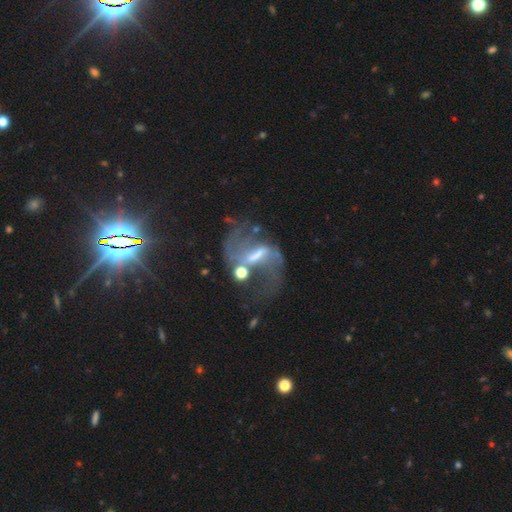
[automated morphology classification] smooth-or-featured: featured or disk: 82% | star or artifact: 10% | smooth: 7%
  disk-edge-on: no: 96% | yes: 4%
    bar: strong: 53% | weak: 36% | no: 10%
    has-spiral-arms: yes: 89% | no: 11%
      spiral-winding: loose: 68% | medium: 26% | tight: 6%
      spiral-arm-count: 2: 87% | can't tell: 5% | 1: 4% | 3: 2% | 4: 1% | more than 4: 1%
    bulge-size: moderate: 32% | small: 30% | none: 29% | large: 7% | dominant: 2%
  merging: none: 45% | major disturbance: 27% | minor disturbance: 16% | merger: 12%